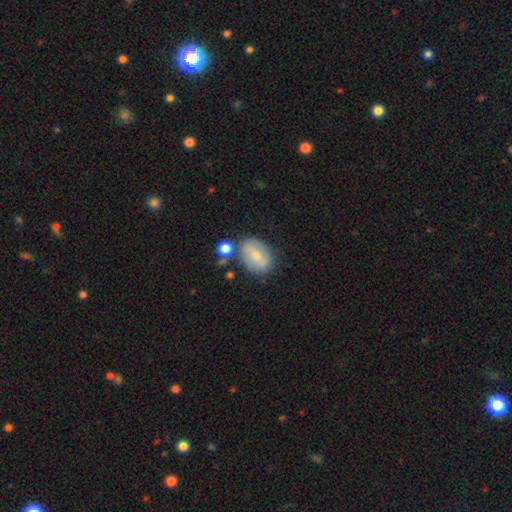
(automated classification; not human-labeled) smooth 60%, featured or disk 32%, star or artifact 8%. Down the decision tree: how rounded — in between (74%); merging — none (69%).